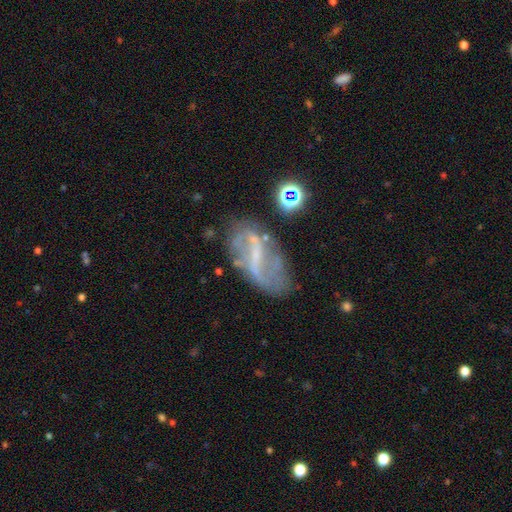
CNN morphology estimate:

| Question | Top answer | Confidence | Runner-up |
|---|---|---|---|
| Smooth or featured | featured or disk | 72% | smooth (16%) |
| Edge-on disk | no | 93% | yes (7%) |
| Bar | strong | 46% | weak (38%) |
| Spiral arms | yes | 66% | no (34%) |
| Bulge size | small | 49% | none (38%) |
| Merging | none | 57% | minor disturbance (22%) |